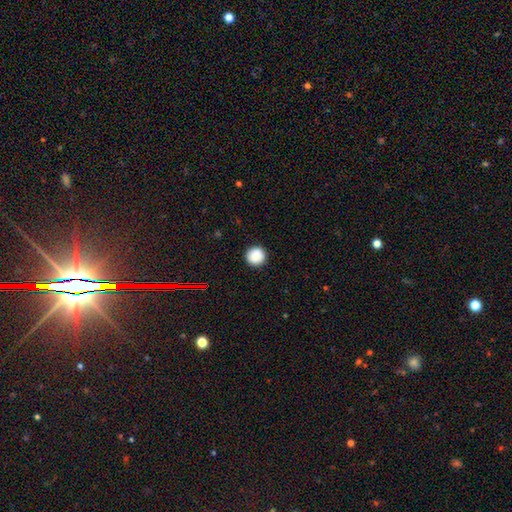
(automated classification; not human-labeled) The model was most divided on "smooth or featured": smooth: 88%, star or artifact: 9%, featured or disk: 3%. More confident: how rounded — round (97%); merging — none (93%).